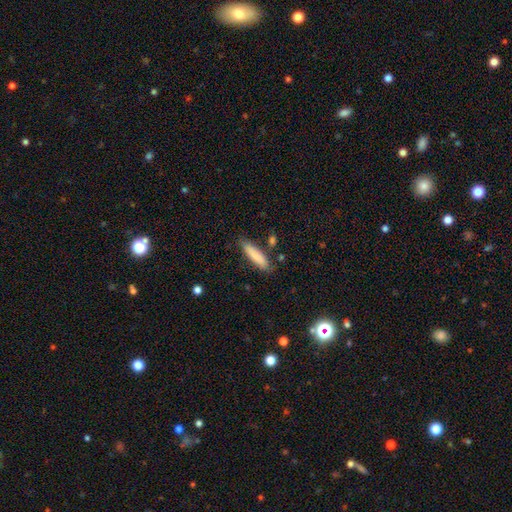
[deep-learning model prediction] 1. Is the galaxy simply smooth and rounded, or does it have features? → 84% smooth, 10% featured or disk, 6% star or artifact.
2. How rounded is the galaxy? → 72% cigar-shaped, 27% in between, 1% round.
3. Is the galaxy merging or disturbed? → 80% none, 14% minor disturbance, 4% merger, 3% major disturbance.